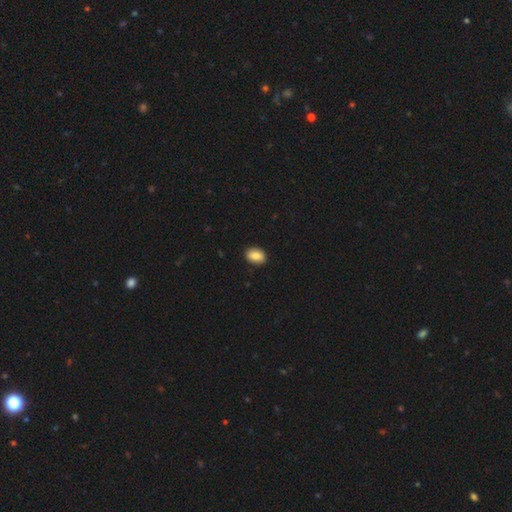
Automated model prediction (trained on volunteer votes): The model was most divided on "how rounded": in between: 81%, round: 18%, cigar-shaped: 1%. More confident: merging — none (89%); smooth or featured — smooth (85%).